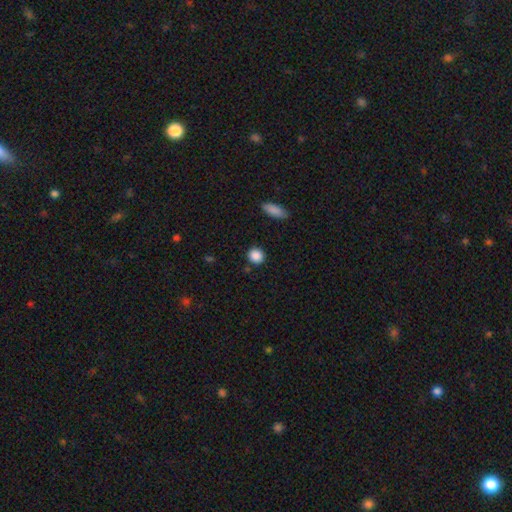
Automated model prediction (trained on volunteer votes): The model was most divided on "how rounded": round: 87%, in between: 11%, cigar-shaped: 1%. More confident: smooth or featured — smooth (88%); merging — none (86%).